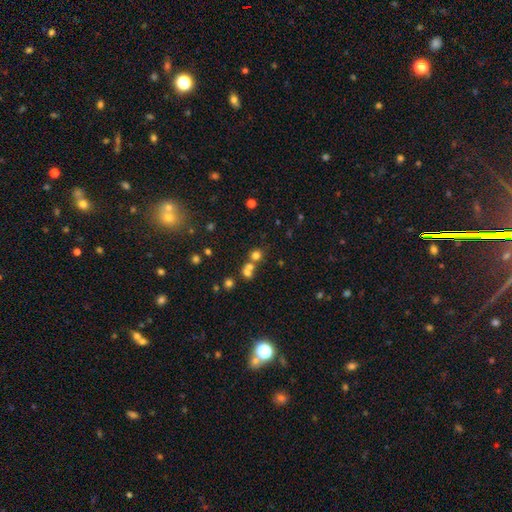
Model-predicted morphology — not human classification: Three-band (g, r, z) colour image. It shows a star or artifact, not a galaxy (49%).